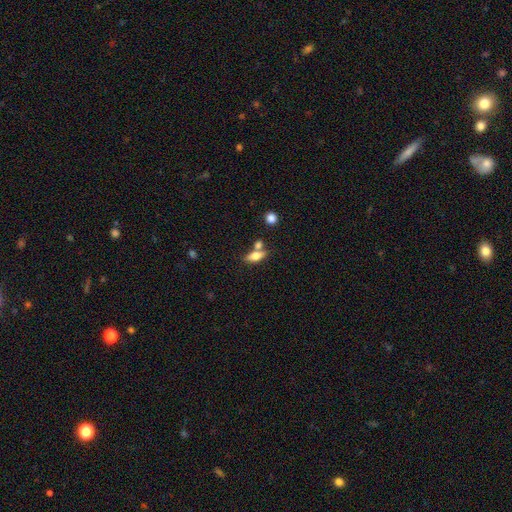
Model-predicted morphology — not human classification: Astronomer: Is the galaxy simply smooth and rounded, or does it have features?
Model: smooth — 66%.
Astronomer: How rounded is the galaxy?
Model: in between — 73%.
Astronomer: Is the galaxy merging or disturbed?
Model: none — 56%.